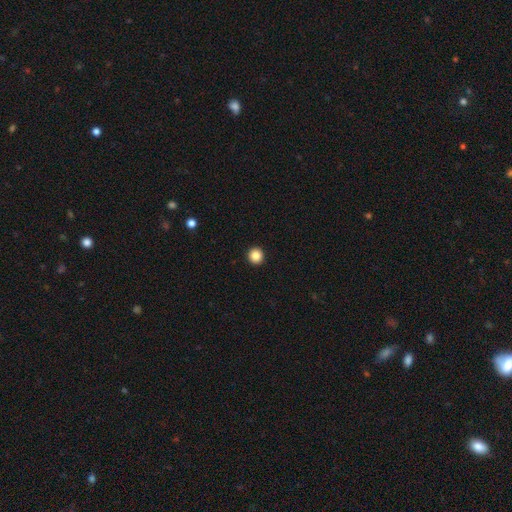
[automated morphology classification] Smooth or featured? Predicted: smooth (p=0.86). How rounded? Predicted: round (p=0.96). Merging? Predicted: none (p=0.94).